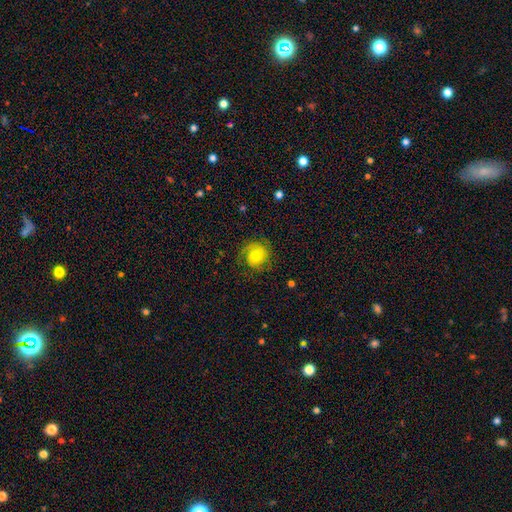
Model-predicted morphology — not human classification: The model was most divided on "spiral winding": tight: 43%, medium: 38%, loose: 18%. Remaining: edge-on disk — no (98%); spiral arms — yes (91%); merging — none (70%); bar — no (69%); smooth or featured — featured or disk (58%); bulge size — moderate (46%); spiral arm count — 2 (43%).